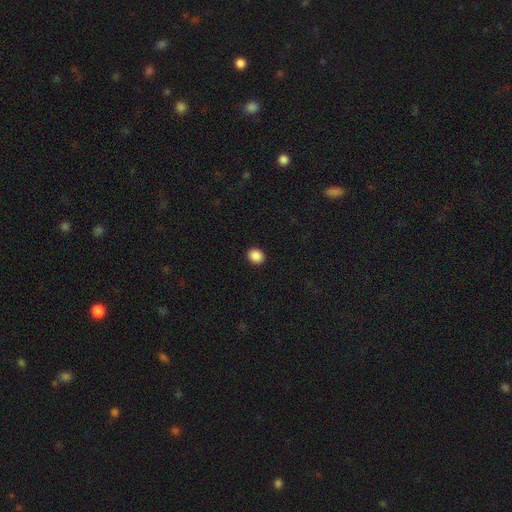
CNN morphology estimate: Smooth or featured? Predicted: smooth (p=0.89). How rounded? Predicted: round (p=0.63). Merging? Predicted: none (p=0.92).